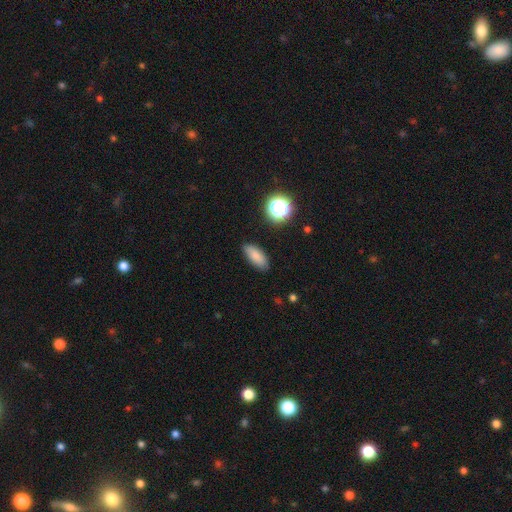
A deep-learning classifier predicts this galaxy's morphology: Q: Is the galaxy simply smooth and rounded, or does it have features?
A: smooth — 83%.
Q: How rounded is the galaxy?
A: in between — 80%.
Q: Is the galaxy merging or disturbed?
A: none — 84%.